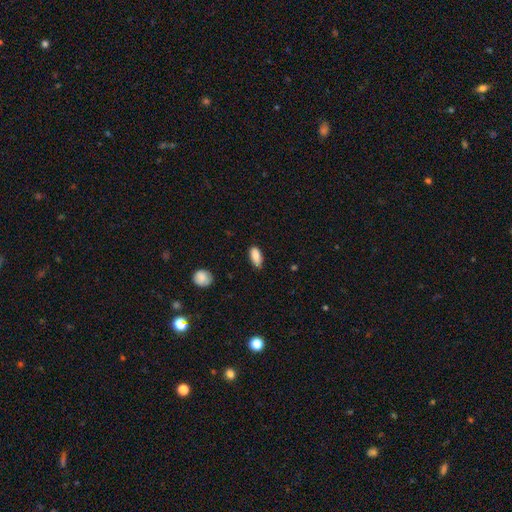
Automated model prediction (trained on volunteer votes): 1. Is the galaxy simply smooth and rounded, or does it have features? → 87% smooth, 7% star or artifact, 6% featured or disk.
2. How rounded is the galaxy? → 88% in between, 9% cigar-shaped, 3% round.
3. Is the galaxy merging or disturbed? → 71% none, 24% minor disturbance, 3% major disturbance, 1% merger.